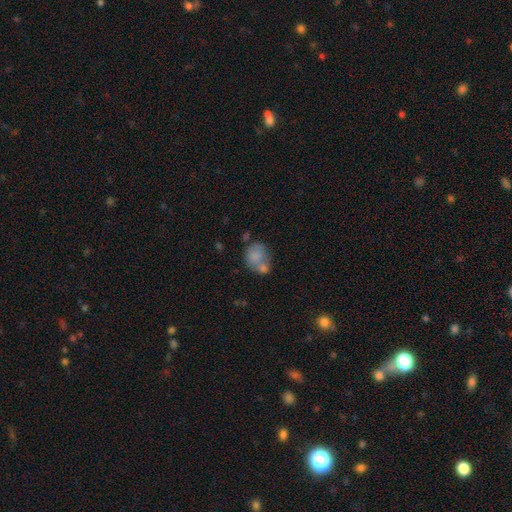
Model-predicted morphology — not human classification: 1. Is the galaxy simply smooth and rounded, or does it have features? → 74% smooth, 17% featured or disk, 9% star or artifact.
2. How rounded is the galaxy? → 57% round, 42% in between, 1% cigar-shaped.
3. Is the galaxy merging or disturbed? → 45% merger, 31% none, 15% minor disturbance, 9% major disturbance.